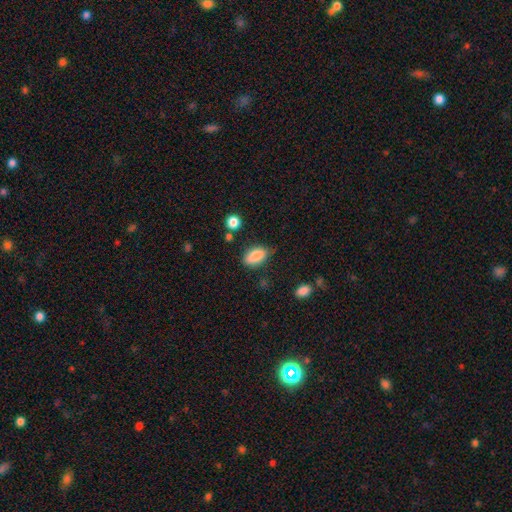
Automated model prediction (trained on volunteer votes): smooth 85%, star or artifact 8%, featured or disk 7%. Down the decision tree: how rounded — in between (89%); merging — none (69%).